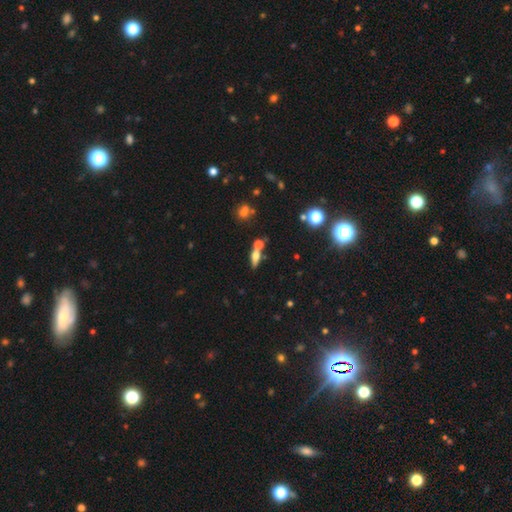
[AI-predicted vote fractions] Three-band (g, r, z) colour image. It shows a smooth galaxy with no disk features (53%) that is in between round and cigar-shaped (51%). Merging: none (51%).